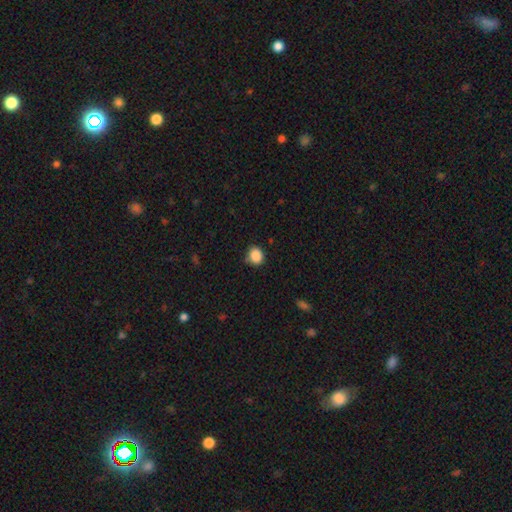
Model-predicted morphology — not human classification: A smooth galaxy with no disk features (87%) that is round (73%).

Vote fractions:
- Smooth or featured? smooth: 87% / star or artifact: 9% / featured or disk: 3%
- How rounded? round: 73% / in between: 27% / cigar-shaped: 1%
- Merging? none: 78% / minor disturbance: 16% / major disturbance: 3% / merger: 2%